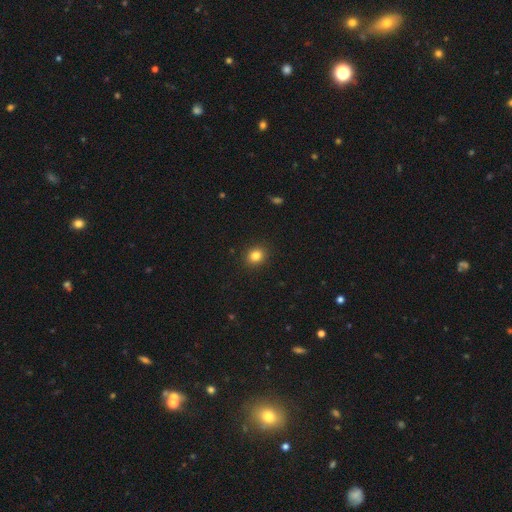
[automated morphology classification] Q: Smooth or featured?
A: smooth (83%); runner-up: star or artifact (11%)
Q: How rounded?
A: round (72%); runner-up: in between (27%)
Q: Merging?
A: none (91%); runner-up: minor disturbance (6%)